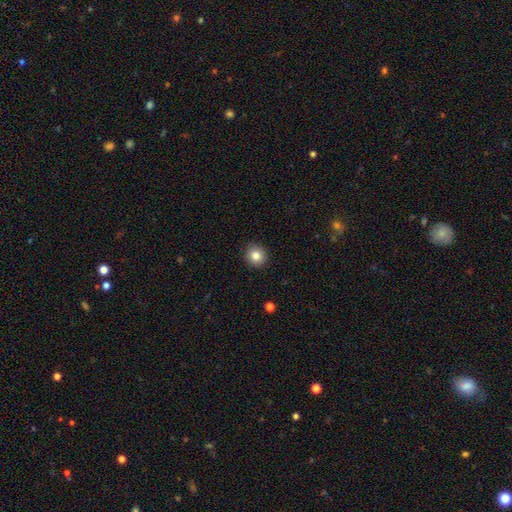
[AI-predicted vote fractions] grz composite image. It shows a smooth galaxy with no disk features (83%) that is round (90%). Merging: none (91%).